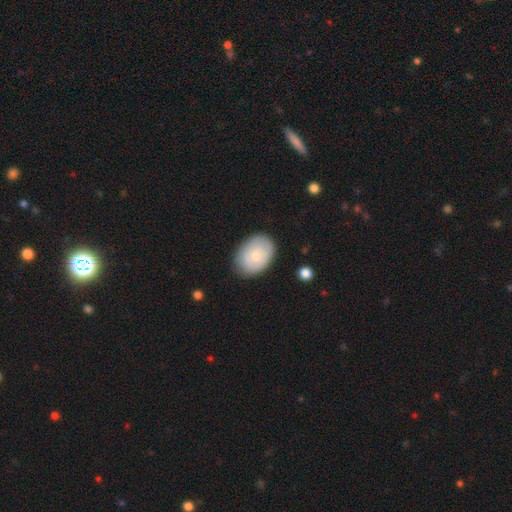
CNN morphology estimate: Smooth or featured?
  - smooth: 76% *
  - featured or disk: 18%
  - star or artifact: 6%
How rounded?
  - in between: 77% *
  - round: 22%
  - cigar-shaped: 1%
Merging?
  - none: 82% *
  - minor disturbance: 14%
  - major disturbance: 3%
  - merger: 1%